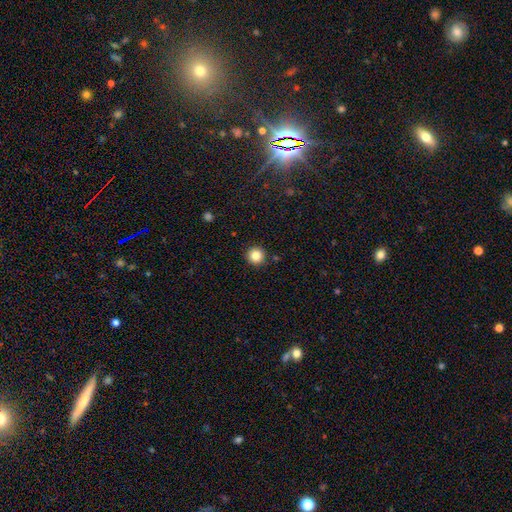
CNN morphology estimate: The model was most divided on "smooth or featured": smooth: 83%, star or artifact: 11%, featured or disk: 5%. More confident: how rounded — round (96%); merging — none (92%).